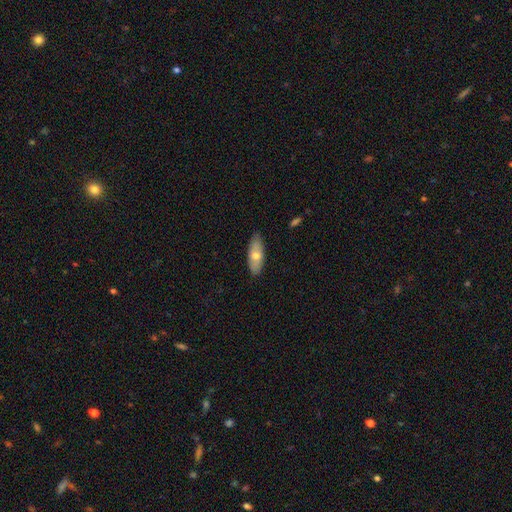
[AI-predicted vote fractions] Overall: smooth (64%; featured or disk 30%). How rounded: in between (73%). Merging: none (85%).